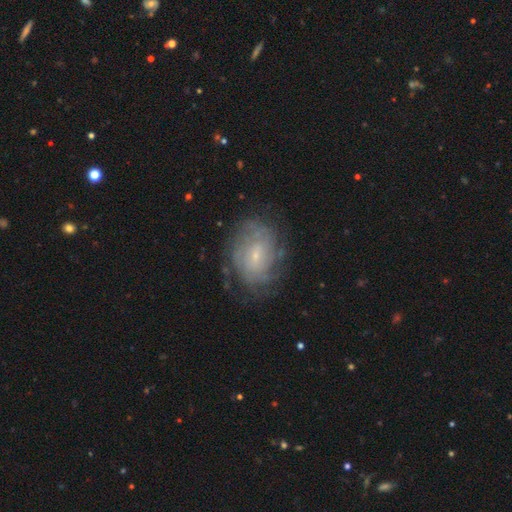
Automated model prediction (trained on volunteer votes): The model was most divided on "bar": no: 60%, weak: 34%, strong: 6%. More confident: edge-on disk — no (96%); spiral arms — yes (84%); bulge size — small (78%); smooth or featured — featured or disk (71%); merging — none (71%); spiral winding — tight (63%); spiral arm count — can't tell (56%).